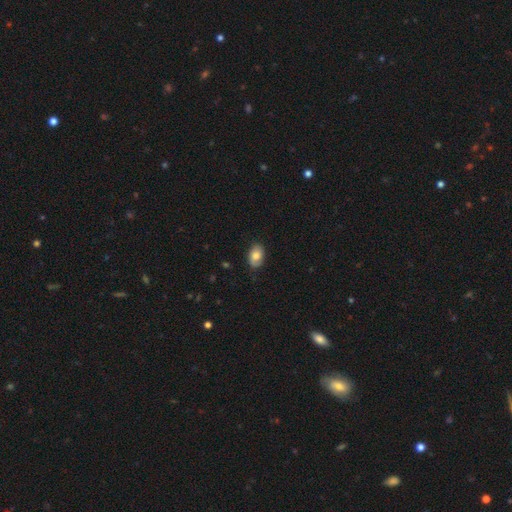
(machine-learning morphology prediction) Smooth or featured: smooth — 76% (featured or disk — 17%)
How rounded: in between — 87% (round — 12%)
Merging: none — 80% (minor disturbance — 16%)